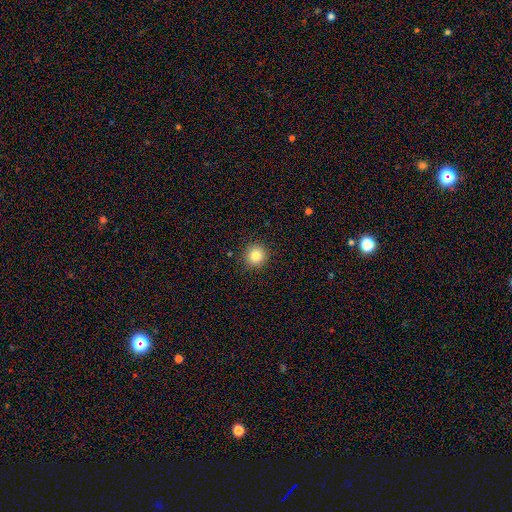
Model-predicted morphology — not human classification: Smooth or featured? Predicted: smooth (p=0.84). How rounded? Predicted: round (p=0.93). Merging? Predicted: none (p=0.91).